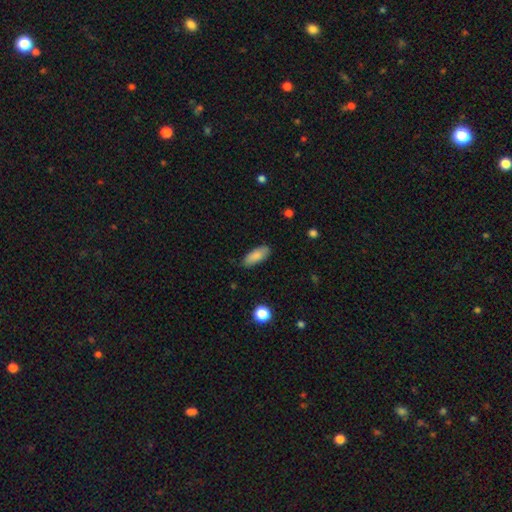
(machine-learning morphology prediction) A smooth galaxy with no disk features (86%) that is in between round and cigar-shaped (78%). Merging: none (84%).